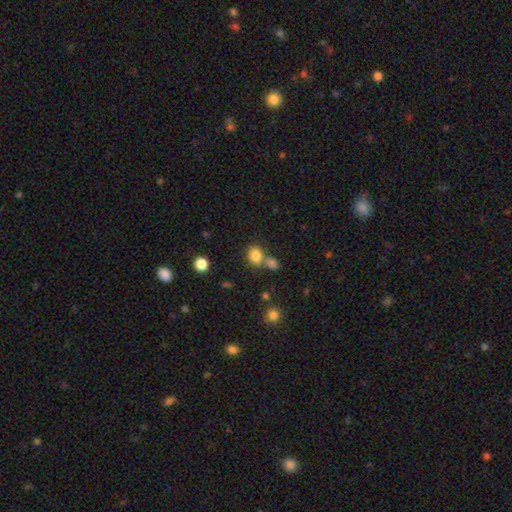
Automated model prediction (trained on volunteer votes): The model was most divided on "merging": none: 50%, merger: 35%, minor disturbance: 11%, major disturbance: 5%. More confident: smooth or featured — smooth (83%); how rounded — round (59%).